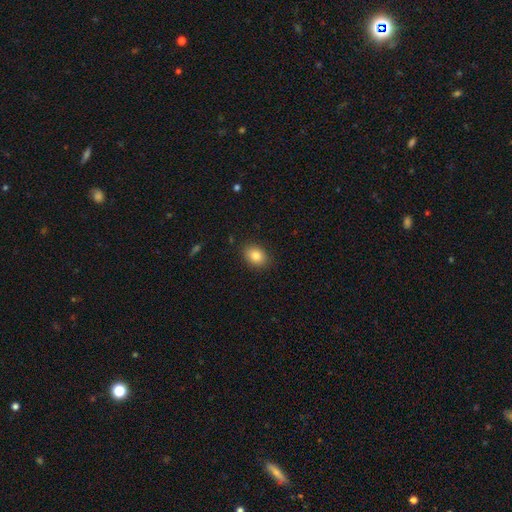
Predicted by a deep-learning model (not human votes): Morphology: type=smooth (84%); roundness=in between (64%); merging=none (87%).